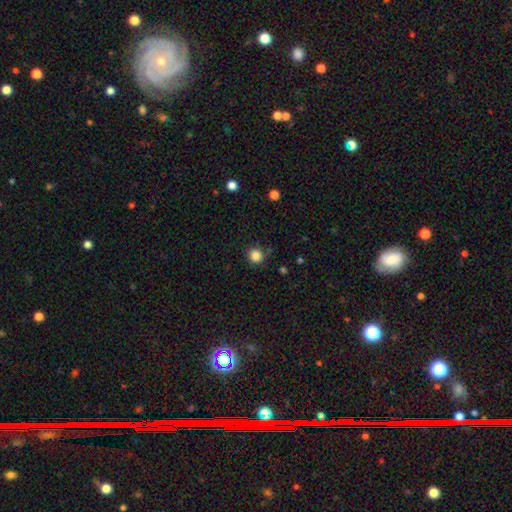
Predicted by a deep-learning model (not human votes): A smooth galaxy with no disk features (85%) that is round (90%). Merging: none (82%).